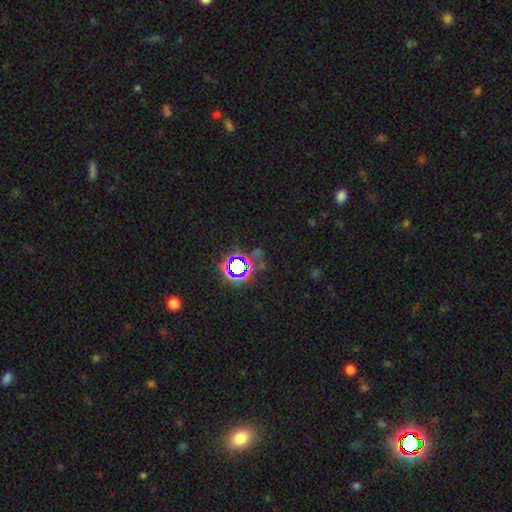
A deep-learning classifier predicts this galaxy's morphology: Smooth or featured?
  - star or artifact: 74% *
  - smooth: 17%
  - featured or disk: 9%